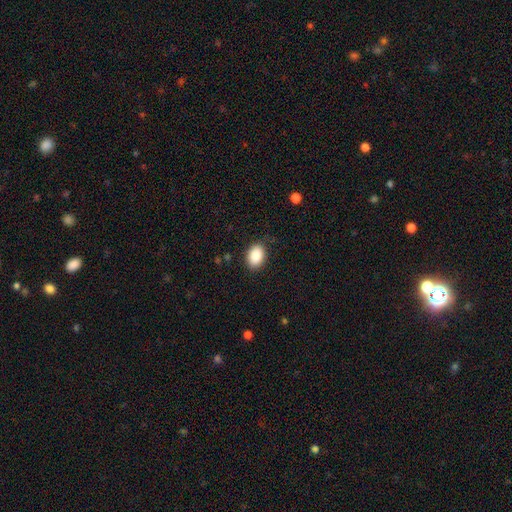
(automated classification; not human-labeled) smooth-or-featured: smooth: 89% | star or artifact: 7% | featured or disk: 4%
  how-rounded: in between: 83% | round: 16% | cigar-shaped: 1%
  merging: none: 84% | minor disturbance: 12% | major disturbance: 3% | merger: 1%